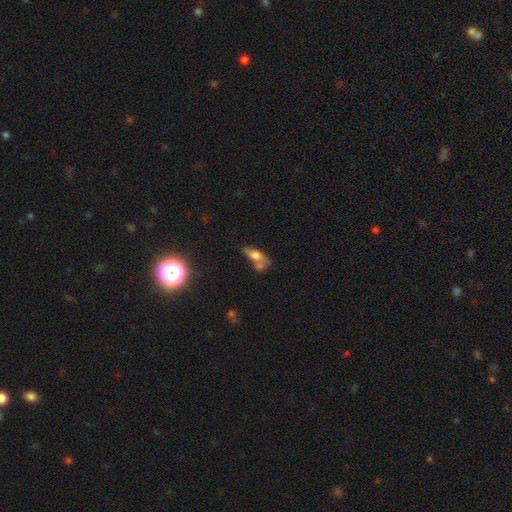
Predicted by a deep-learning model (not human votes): This is likely a smooth galaxy (60%). How rounded: likely in between (71%). Merging: marginally merger (39%).